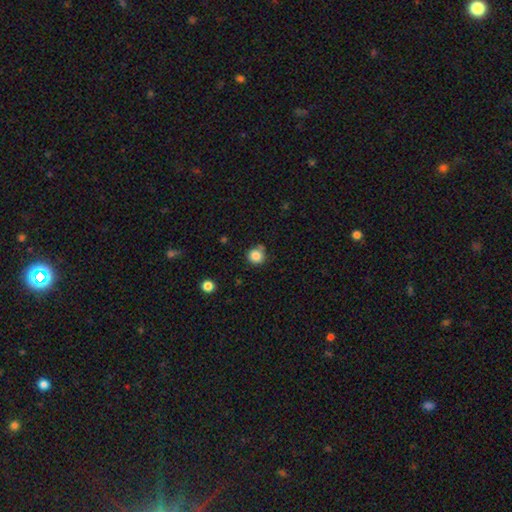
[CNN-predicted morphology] Smooth or featured?
  - smooth: 84% *
  - star or artifact: 11%
  - featured or disk: 5%
How rounded?
  - round: 90% *
  - in between: 9%
  - cigar-shaped: 1%
Merging?
  - none: 76% *
  - minor disturbance: 14%
  - merger: 7%
  - major disturbance: 3%